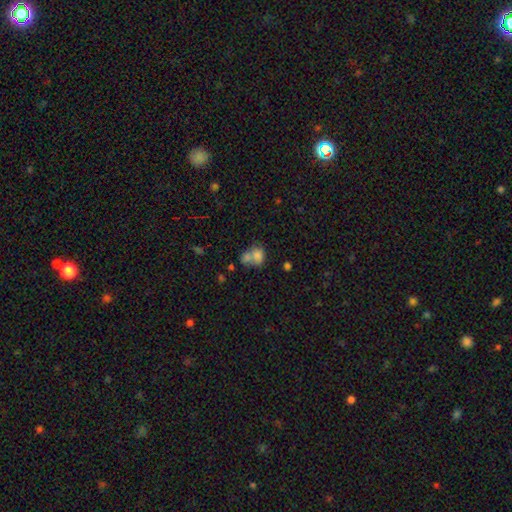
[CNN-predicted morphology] smooth 76%, featured or disk 13%, star or artifact 11%. Down the decision tree: how rounded — round (50%); merging — merger (58%).